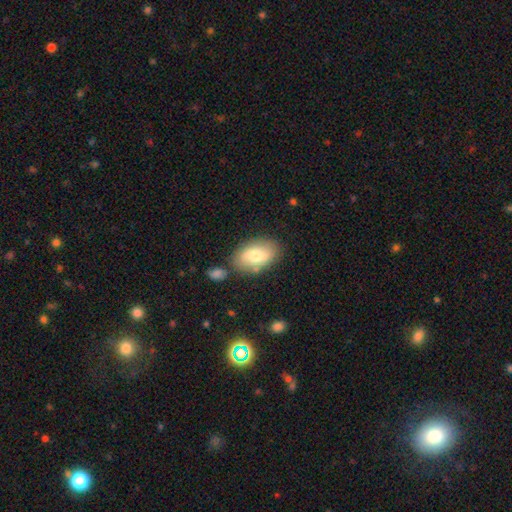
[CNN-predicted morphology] Q: Smooth or featured?
A: smooth (66%); runner-up: featured or disk (27%)
Q: How rounded?
A: in between (91%); runner-up: round (7%)
Q: Merging?
A: none (74%); runner-up: minor disturbance (15%)